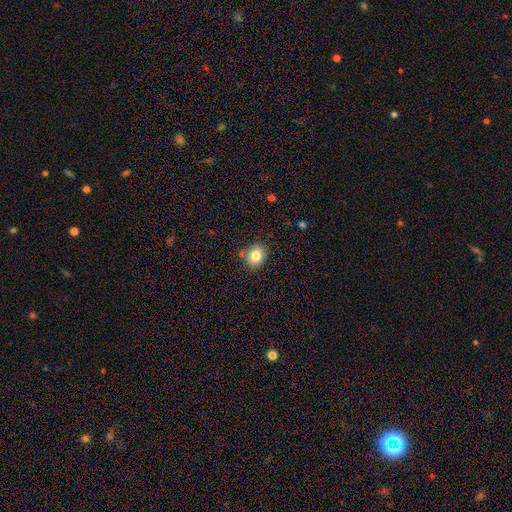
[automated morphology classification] smooth_or_featured: smooth (p=0.83) [alt: star or artifact p=0.10]
how_rounded: round (p=0.65) [alt: in between p=0.34]
merging: none (p=0.77) [alt: minor disturbance p=0.15]